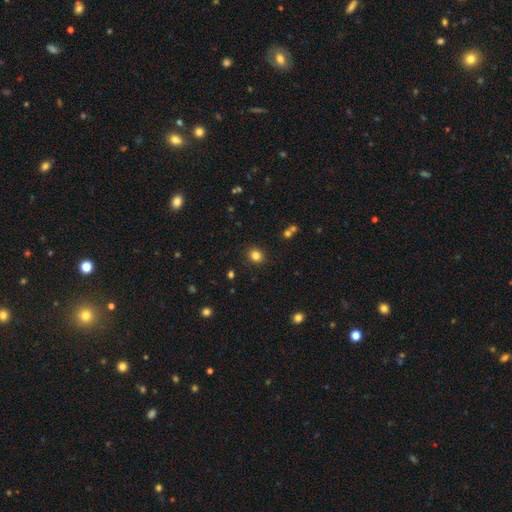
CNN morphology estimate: A smooth galaxy with no disk features (81%) that is round (78%).

Vote fractions:
- Smooth or featured? smooth: 81% / star or artifact: 13% / featured or disk: 6%
- How rounded? round: 78% / in between: 21% / cigar-shaped: 1%
- Merging? none: 89% / minor disturbance: 7% / major disturbance: 2% / merger: 2%